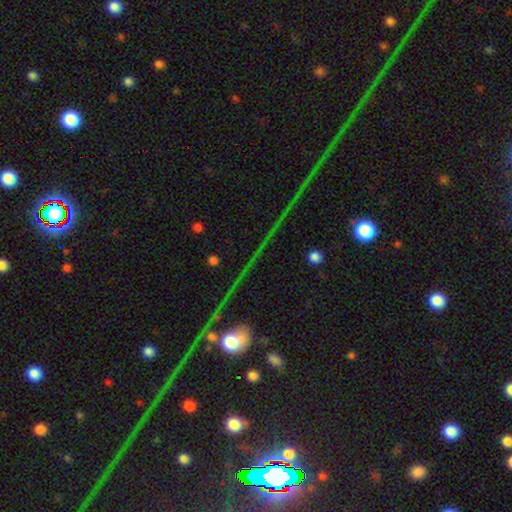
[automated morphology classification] A star or artifact, not a galaxy (73%).